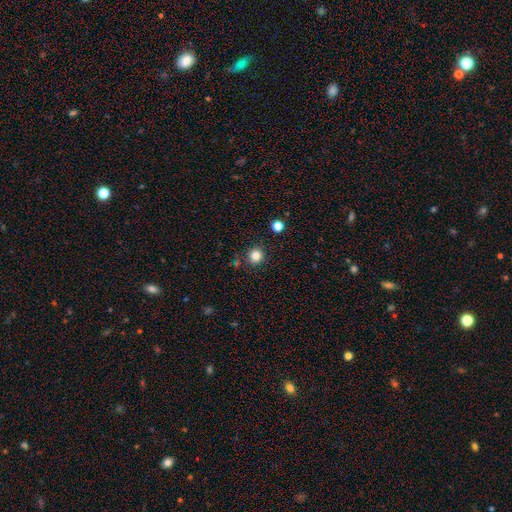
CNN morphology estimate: Q: Smooth or featured?
A: smooth (83%); runner-up: star or artifact (12%)
Q: How rounded?
A: round (90%); runner-up: in between (9%)
Q: Merging?
A: none (88%); runner-up: minor disturbance (7%)